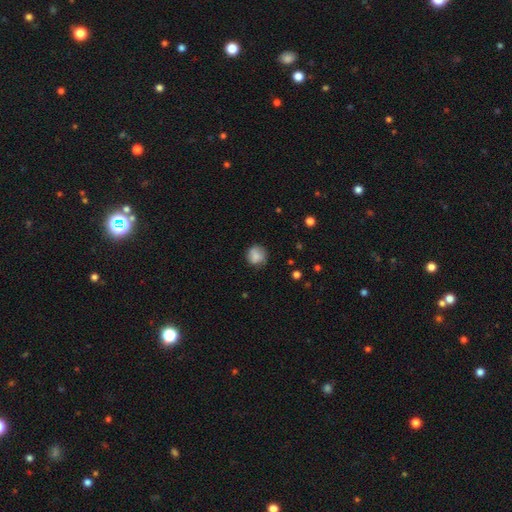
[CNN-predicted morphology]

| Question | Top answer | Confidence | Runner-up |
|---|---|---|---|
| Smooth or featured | smooth | 83% | featured or disk (9%) |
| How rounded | round | 86% | in between (13%) |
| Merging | none | 75% | minor disturbance (19%) |